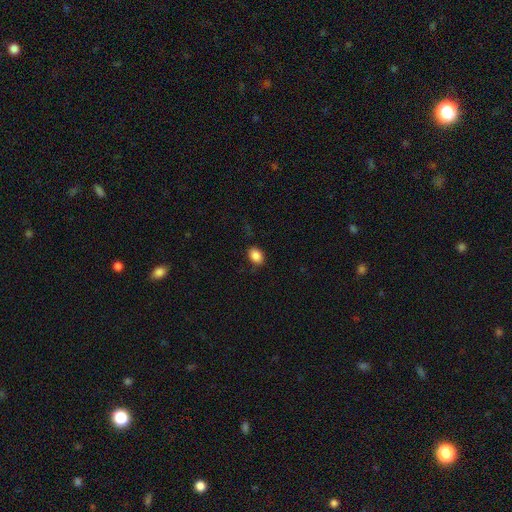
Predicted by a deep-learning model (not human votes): Morphology: type=smooth (87%); roundness=in between (78%); merging=none (82%).